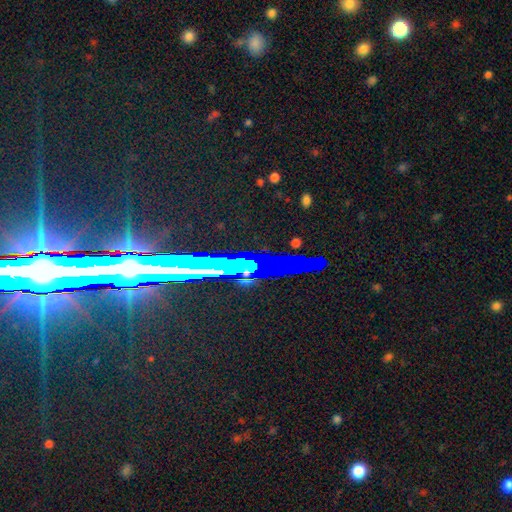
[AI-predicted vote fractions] A star or artifact, not a galaxy (68%).

Vote fractions:
- Smooth or featured? star or artifact: 68% / featured or disk: 20% / smooth: 12%